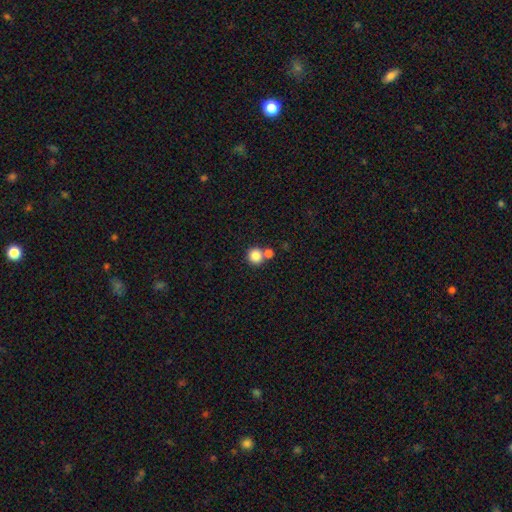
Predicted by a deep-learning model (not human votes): smooth 84%, star or artifact 10%, featured or disk 6%. Down the decision tree: how rounded — round (92%); merging — none (61%).